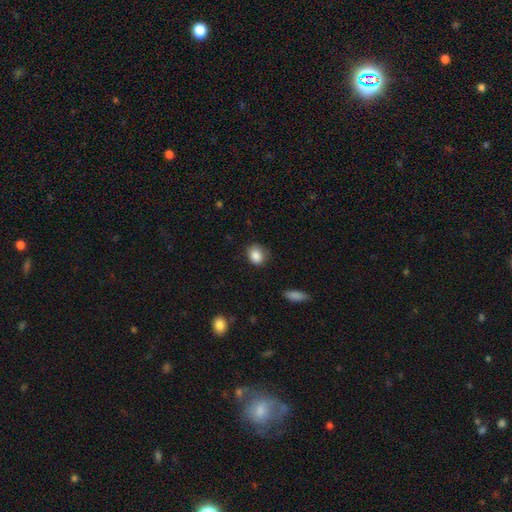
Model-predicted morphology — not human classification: Smooth or featured?
  - smooth: 86% *
  - star or artifact: 9%
  - featured or disk: 5%
How rounded?
  - round: 53% *
  - in between: 46%
  - cigar-shaped: 1%
Merging?
  - none: 77% *
  - minor disturbance: 18%
  - major disturbance: 4%
  - merger: 1%